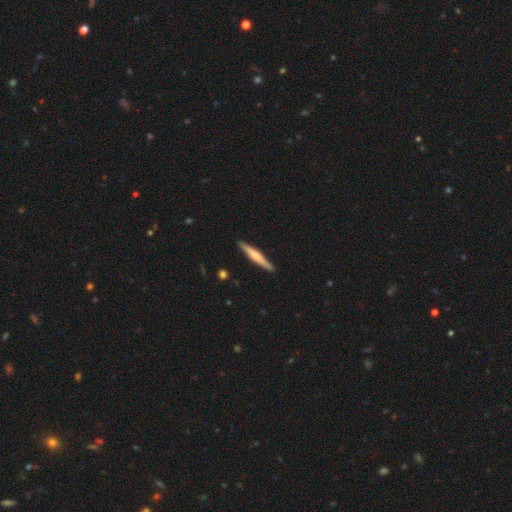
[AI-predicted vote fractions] Smooth or featured? smooth (49%)
Merging? none (91%)